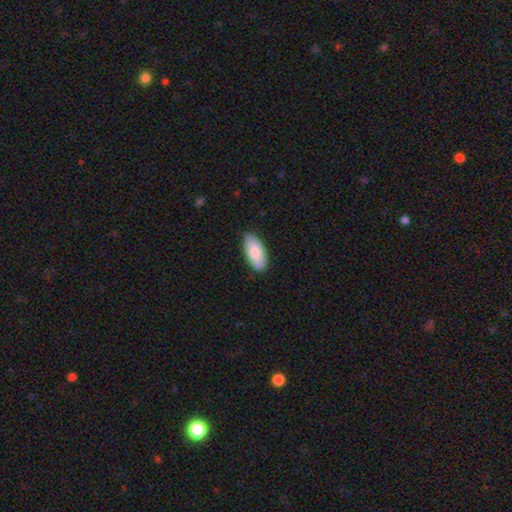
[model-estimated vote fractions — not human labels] A smooth galaxy with no disk features (82%) that is in between round and cigar-shaped (92%). Merging: none (77%).